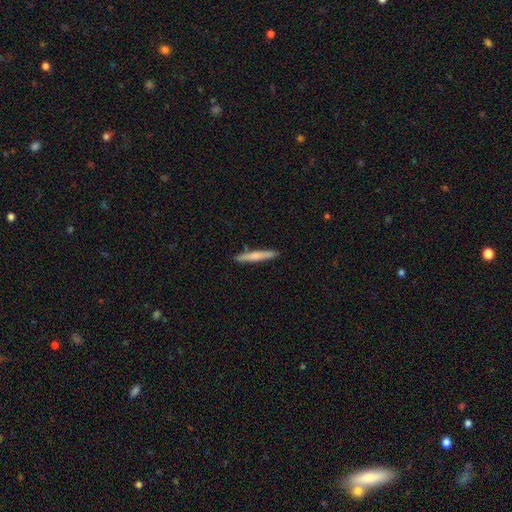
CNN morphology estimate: Smooth or featured? Predicted: smooth (p=0.64). How rounded? Predicted: cigar-shaped (p=0.95). Merging? Predicted: none (p=0.90).